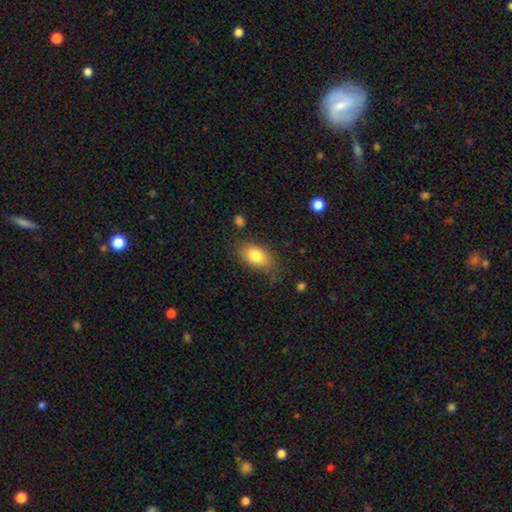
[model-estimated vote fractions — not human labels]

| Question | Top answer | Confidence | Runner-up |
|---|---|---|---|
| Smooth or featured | smooth | 81% | featured or disk (12%) |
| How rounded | in between | 89% | round (8%) |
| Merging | none | 72% | minor disturbance (19%) |